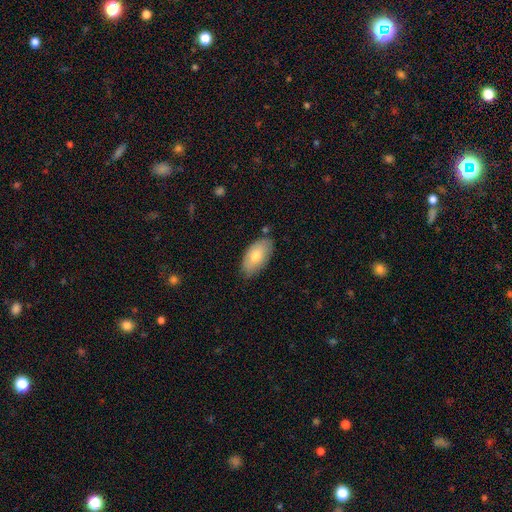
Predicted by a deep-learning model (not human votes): Morphology: type=smooth (73%); roundness=in between (94%); merging=none (79%).